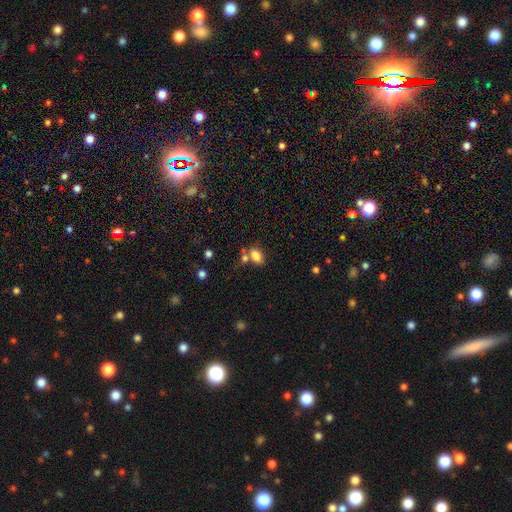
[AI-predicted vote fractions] Smooth or featured? Predicted: smooth (p=0.83). How rounded? Predicted: in between (p=0.87). Merging? Predicted: none (p=0.55).